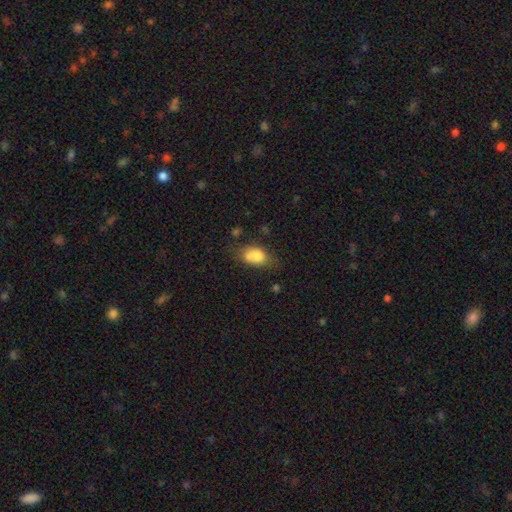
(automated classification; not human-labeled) A smooth galaxy with no disk features (78%) that is in between round and cigar-shaped (81%).

Vote fractions:
- Smooth or featured? smooth: 78% / featured or disk: 13% / star or artifact: 9%
- How rounded? in between: 81% / round: 16% / cigar-shaped: 3%
- Merging? none: 46% / minor disturbance: 26% / merger: 18% / major disturbance: 10%